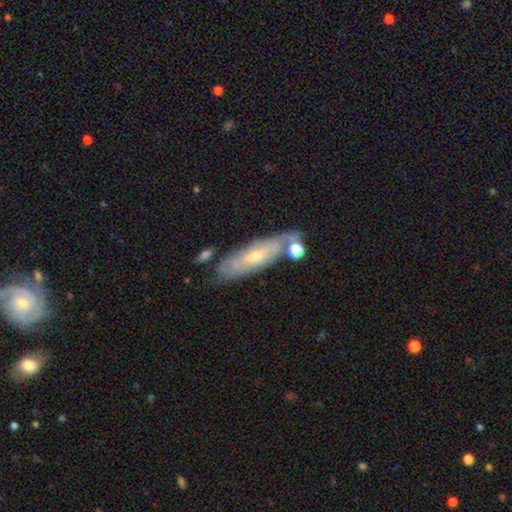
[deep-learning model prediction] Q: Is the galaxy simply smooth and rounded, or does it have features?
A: featured or disk — 60%.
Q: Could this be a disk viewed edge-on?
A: no — 68%.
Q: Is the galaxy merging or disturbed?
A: none — 67%.